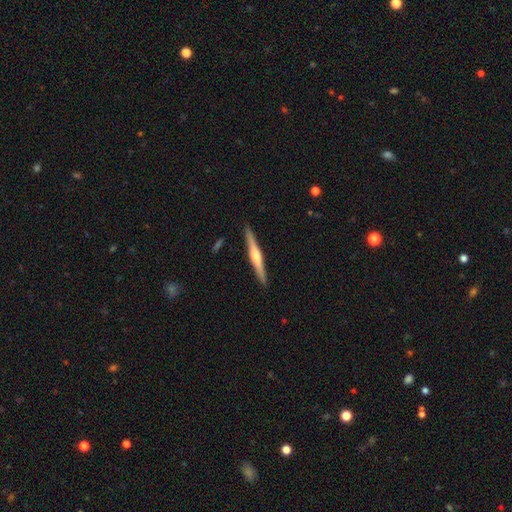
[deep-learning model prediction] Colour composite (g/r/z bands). It shows a featured or disk galaxy (70%) viewed edge-on (98%) with a rounded central bulge (85%). Merging: none (92%).